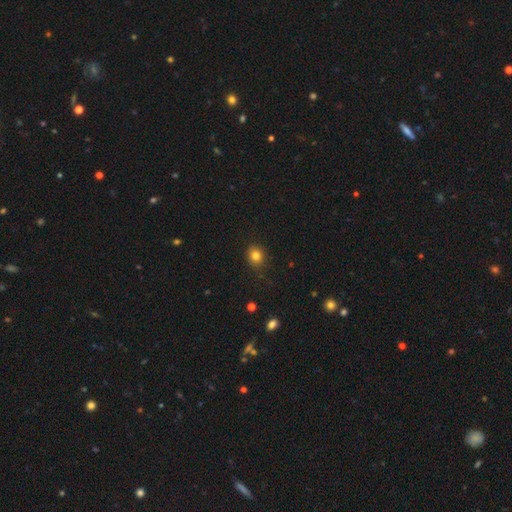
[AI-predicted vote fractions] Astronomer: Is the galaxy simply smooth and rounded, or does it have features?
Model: smooth — 82%.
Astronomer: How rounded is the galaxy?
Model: round — 71%.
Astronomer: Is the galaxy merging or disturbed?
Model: none — 84%.